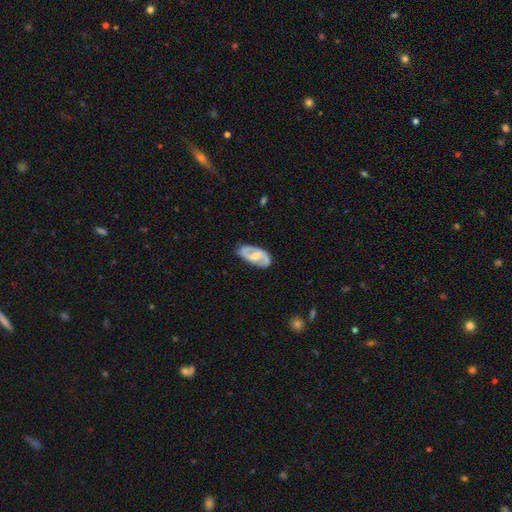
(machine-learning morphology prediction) smooth-or-featured: featured or disk: 78% | smooth: 17% | star or artifact: 5%
  disk-edge-on: no: 95% | yes: 5%
    bar: weak: 48% | no: 32% | strong: 20%
    has-spiral-arms: yes: 90% | no: 10%
      spiral-winding: medium: 50% | tight: 28% | loose: 22%
      spiral-arm-count: 2: 89% | can't tell: 6% | 1: 2% | 3: 1% | 4: 1% | more than 4: 1%
    bulge-size: moderate: 50% | small: 38% | none: 7% | large: 4% | dominant: 1%
  merging: none: 81% | minor disturbance: 15% | major disturbance: 3% | merger: 1%